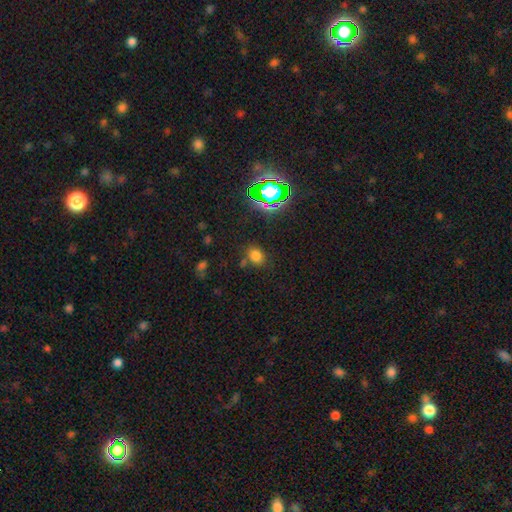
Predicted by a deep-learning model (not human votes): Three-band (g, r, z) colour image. It shows a smooth galaxy with no disk features (69%) that is in between round and cigar-shaped (52%). Merging: none (73%).